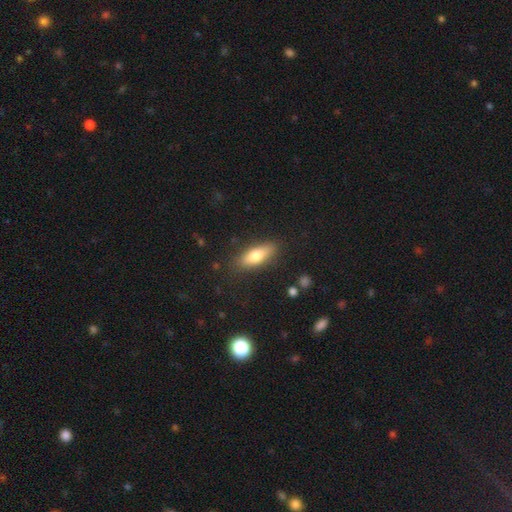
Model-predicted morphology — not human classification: Smooth or featured? smooth (72%)
How rounded? in between (64%)
Merging? none (84%)